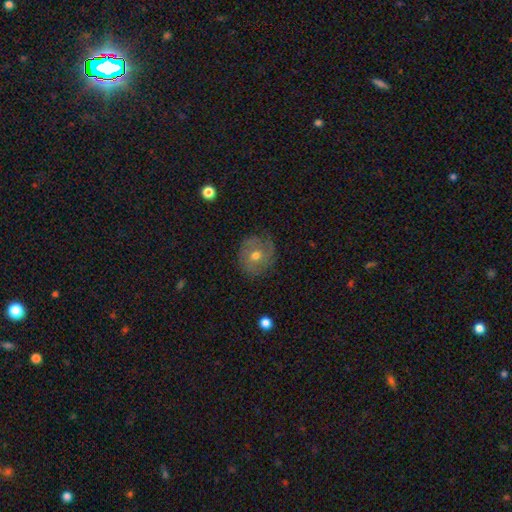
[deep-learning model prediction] Q: Smooth or featured?
A: featured or disk (46%); runner-up: smooth (44%)
Q: Merging?
A: none (77%); runner-up: minor disturbance (17%)